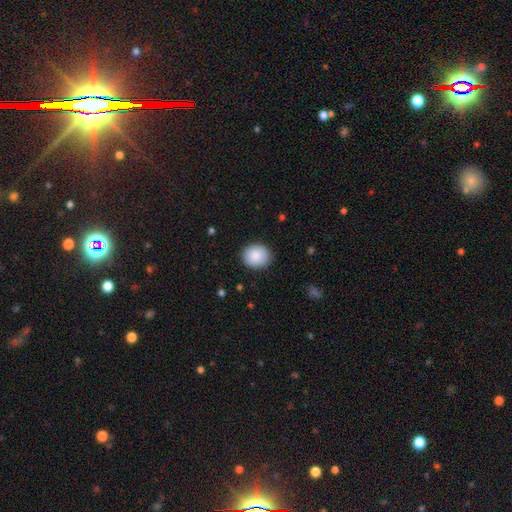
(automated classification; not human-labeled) smooth_or_featured: smooth (p=0.88) [alt: star or artifact p=0.07]
how_rounded: round (p=0.75) [alt: in between p=0.24]
merging: none (p=0.89) [alt: minor disturbance p=0.08]